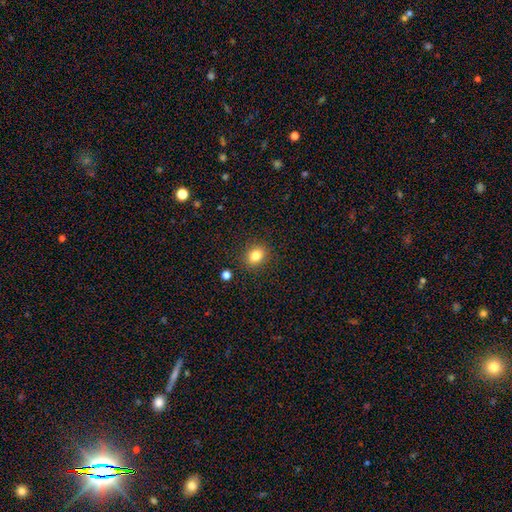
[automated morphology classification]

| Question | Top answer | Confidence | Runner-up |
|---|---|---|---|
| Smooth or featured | smooth | 83% | star or artifact (11%) |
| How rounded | in between | 51% | round (47%) |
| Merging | none | 88% | minor disturbance (8%) |